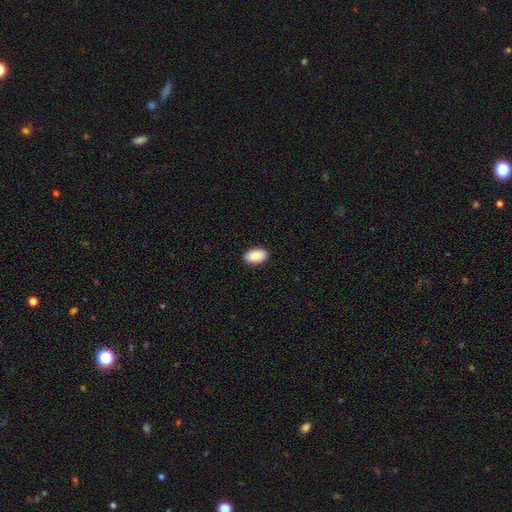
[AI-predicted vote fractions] Morphology: type=smooth (90%); roundness=in between (93%); merging=none (91%).